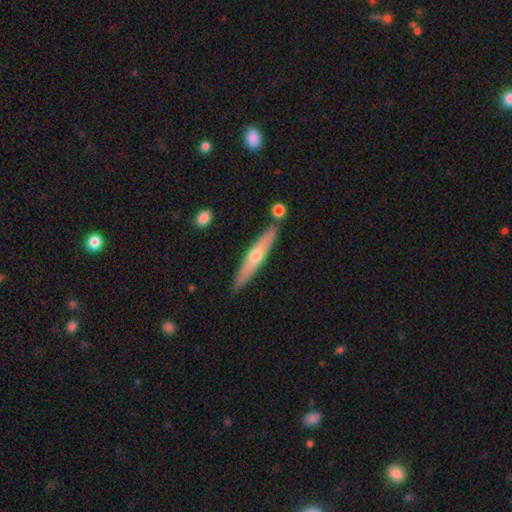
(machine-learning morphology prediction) Q: Smooth or featured?
A: featured or disk (54%); runner-up: smooth (41%)
Q: Edge-on disk?
A: yes (90%); runner-up: no (10%)
Q: Merging?
A: none (84%); runner-up: minor disturbance (10%)